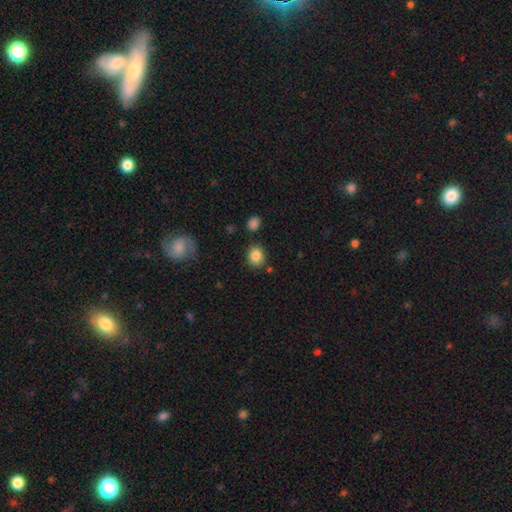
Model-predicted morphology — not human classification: smooth 85%, star or artifact 9%, featured or disk 6%. Down the decision tree: how rounded — round (61%); merging — none (82%).